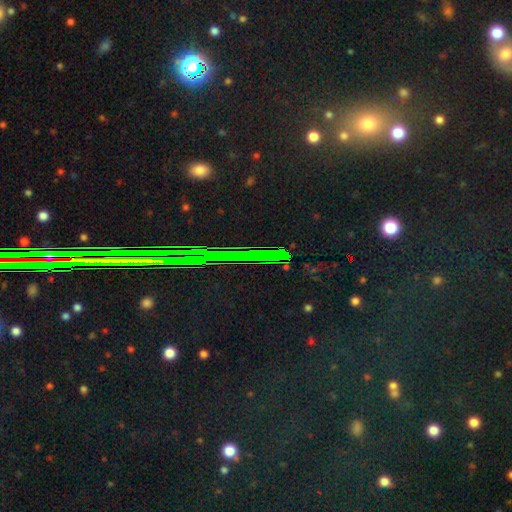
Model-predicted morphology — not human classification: smooth-or-featured: star or artifact: 68% | smooth: 19% | featured or disk: 13%